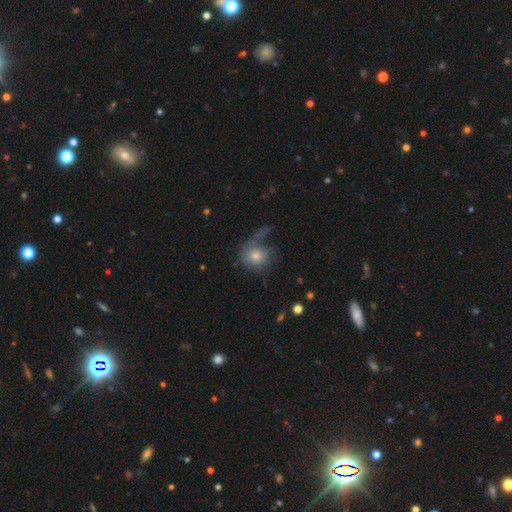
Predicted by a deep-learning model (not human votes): This appears to be a smooth galaxy with no disk features (57%) that is round (77%). Merging: major disturbance (41%).